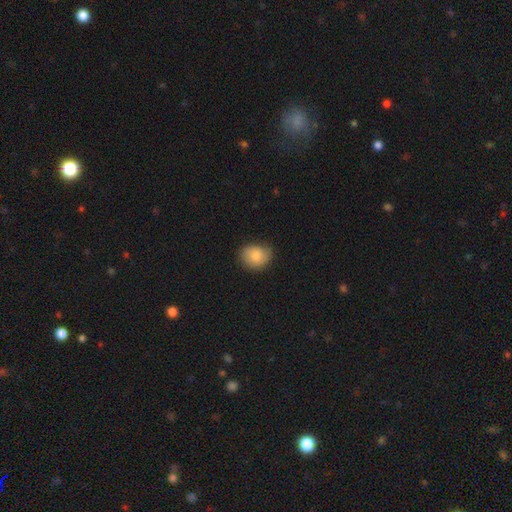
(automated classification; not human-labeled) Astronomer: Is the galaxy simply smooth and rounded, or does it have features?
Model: smooth — 82%.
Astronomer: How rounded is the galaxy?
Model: round — 58% (runner-up: in between, 41%).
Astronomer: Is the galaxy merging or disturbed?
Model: none — 73%.